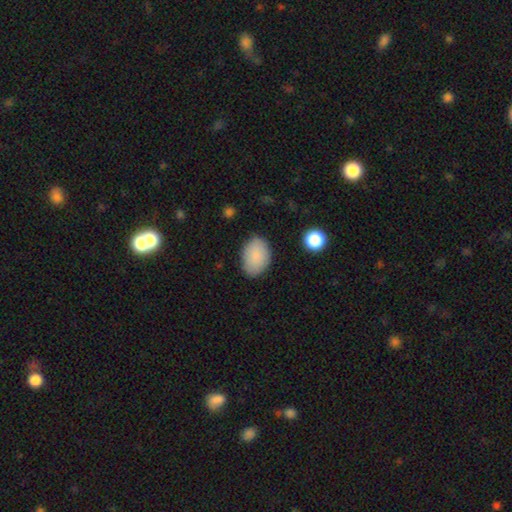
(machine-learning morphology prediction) Smooth or featured: smooth — 88% (star or artifact — 7%)
How rounded: in between — 83% (round — 16%)
Merging: none — 83% (minor disturbance — 12%)